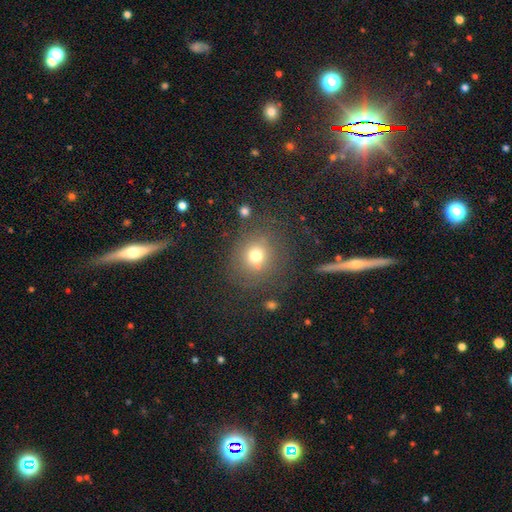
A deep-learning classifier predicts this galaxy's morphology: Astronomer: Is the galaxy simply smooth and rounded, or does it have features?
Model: smooth — 72%.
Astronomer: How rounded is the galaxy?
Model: round — 83%.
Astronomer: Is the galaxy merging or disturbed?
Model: none — 75%.